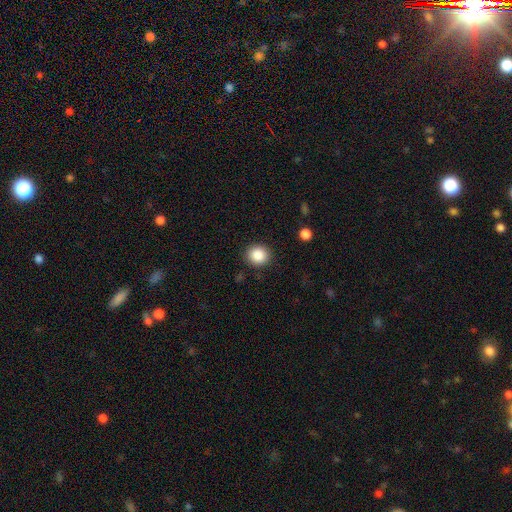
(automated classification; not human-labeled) This appears to be a smooth galaxy with no disk features (86%) that is round (86%). Merging: none (90%).